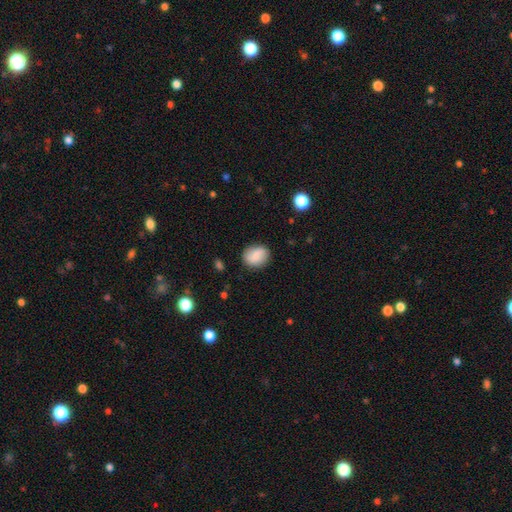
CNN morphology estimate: A smooth galaxy with no disk features (80%) that is round (53%). Merging: none (83%).